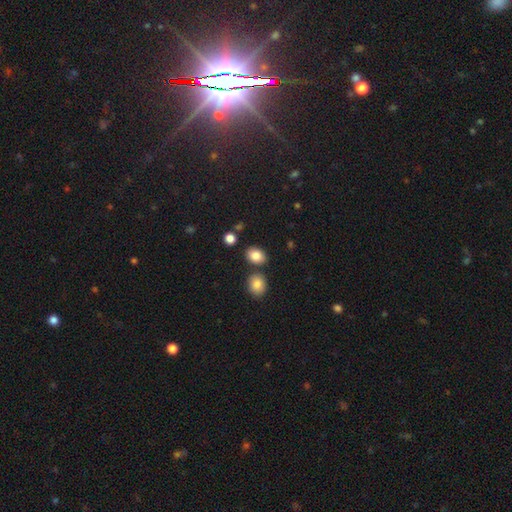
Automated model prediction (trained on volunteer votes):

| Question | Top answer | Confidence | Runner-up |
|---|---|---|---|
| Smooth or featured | smooth | 85% | star or artifact (9%) |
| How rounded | in between | 64% | round (35%) |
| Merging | none | 78% | merger (10%) |